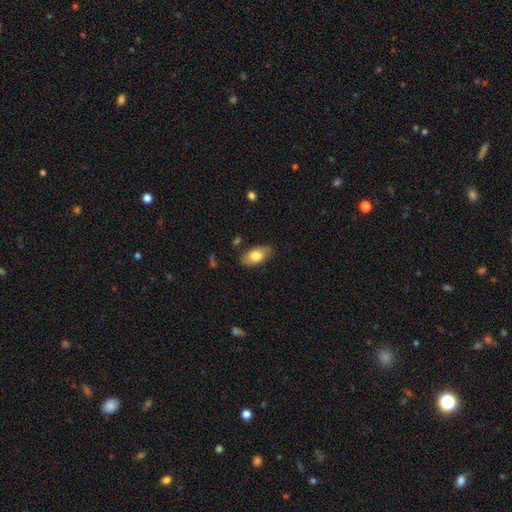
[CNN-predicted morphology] Smooth or featured? smooth (75%)
How rounded? in between (91%)
Merging? none (80%)